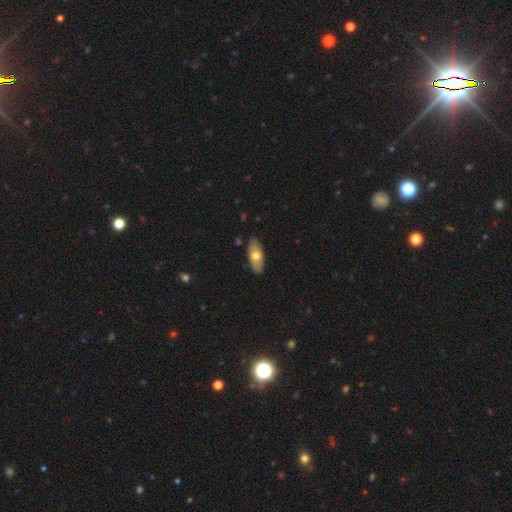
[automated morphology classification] A smooth galaxy with no disk features (65%) that is in between round and cigar-shaped (84%). Merging: none (86%).